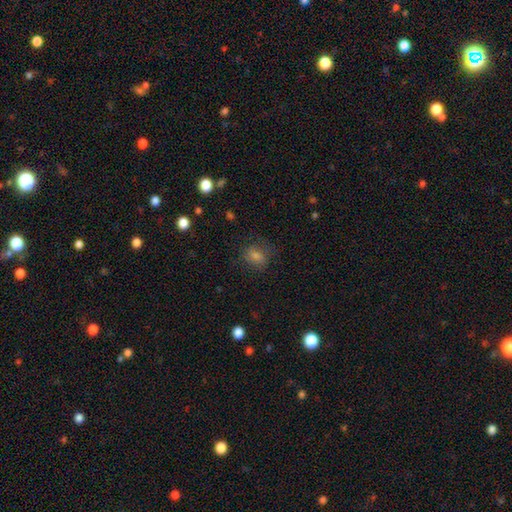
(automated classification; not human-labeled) Morphology: type=smooth (68%); roundness=round (59%); merging=none (76%).